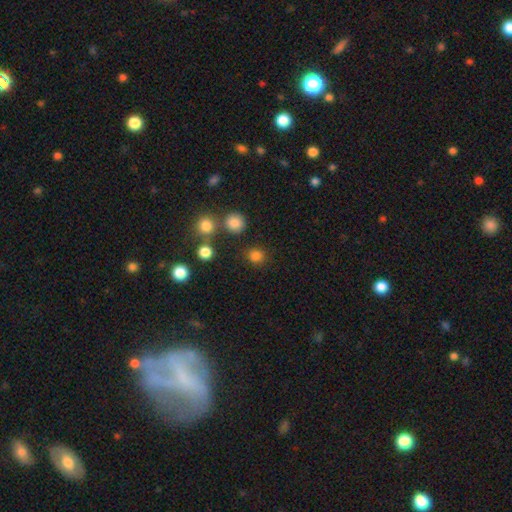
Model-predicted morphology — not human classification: A smooth galaxy with no disk features (80%) that is round (81%). Merging: none (79%).